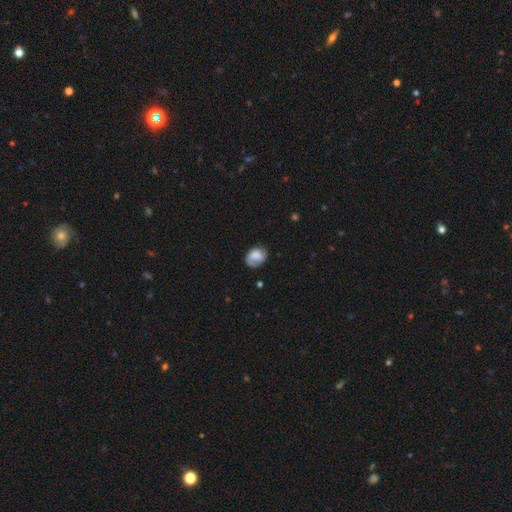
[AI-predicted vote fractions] Q: Smooth or featured?
A: smooth (59%); runner-up: featured or disk (33%)
Q: How rounded?
A: in between (58%); runner-up: round (41%)
Q: Merging?
A: none (58%); runner-up: minor disturbance (27%)